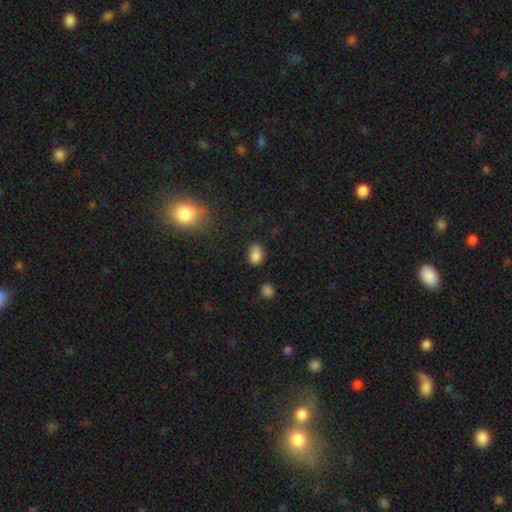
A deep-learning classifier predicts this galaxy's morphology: Smooth or featured: smooth — 83% (star or artifact — 11%)
How rounded: in between — 79% (round — 19%)
Merging: none — 70% (minor disturbance — 21%)